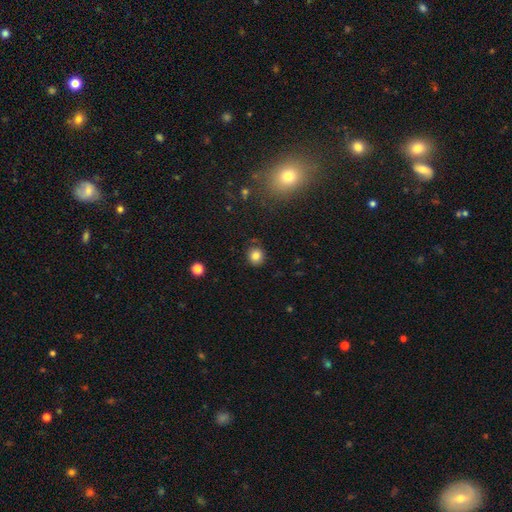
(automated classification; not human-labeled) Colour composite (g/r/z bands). It shows a smooth galaxy with no disk features (82%) that is round (89%). Merging: none (87%).